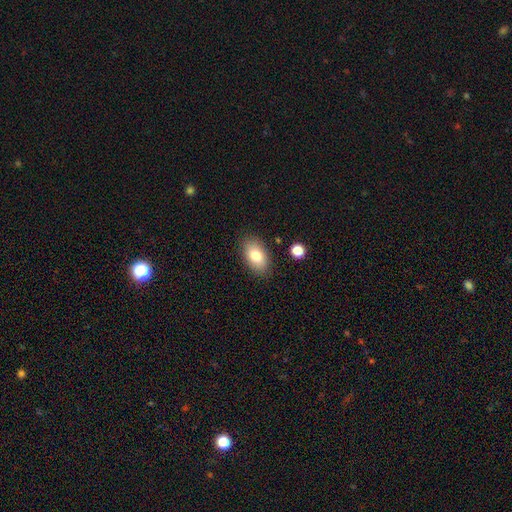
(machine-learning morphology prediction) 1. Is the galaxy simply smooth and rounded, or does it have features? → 80% smooth, 12% featured or disk, 8% star or artifact.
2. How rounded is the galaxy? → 92% in between, 6% round, 2% cigar-shaped.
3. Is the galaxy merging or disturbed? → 85% none, 10% minor disturbance, 3% major disturbance, 2% merger.